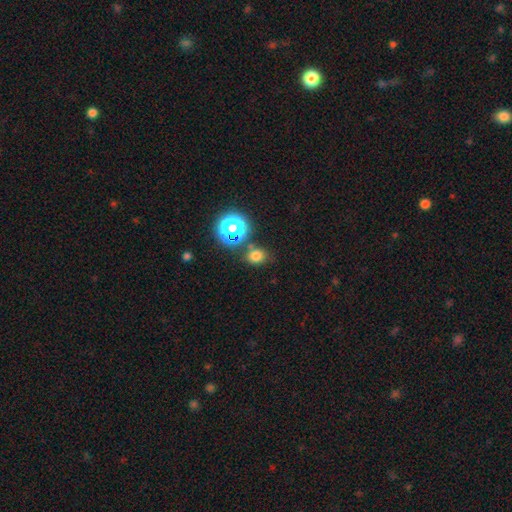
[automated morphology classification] type=smooth (72%); roundness=round (66%); merging=none (74%).